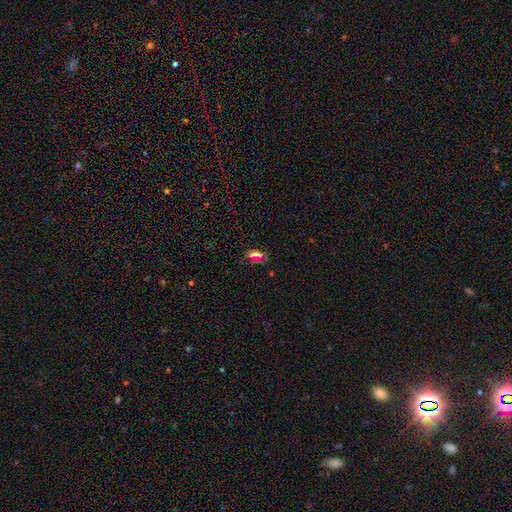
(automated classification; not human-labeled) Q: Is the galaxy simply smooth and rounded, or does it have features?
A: smooth — 58%.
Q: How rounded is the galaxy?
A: in between — 80%.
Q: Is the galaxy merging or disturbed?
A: none — 74%.